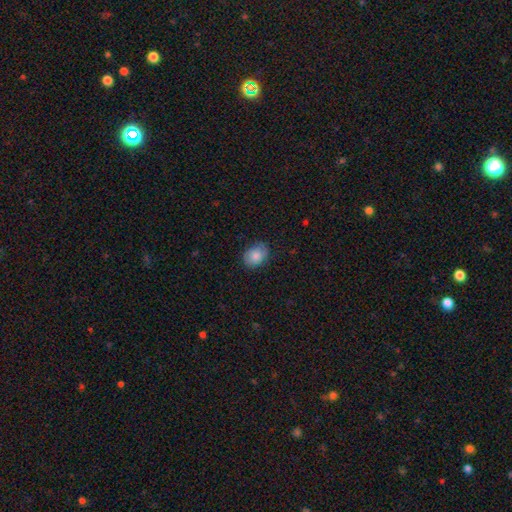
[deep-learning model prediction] Smooth or featured?
  - smooth: 83% *
  - featured or disk: 9%
  - star or artifact: 7%
How rounded?
  - in between: 67% *
  - round: 32%
  - cigar-shaped: 1%
Merging?
  - none: 78% *
  - minor disturbance: 17%
  - major disturbance: 3%
  - merger: 1%